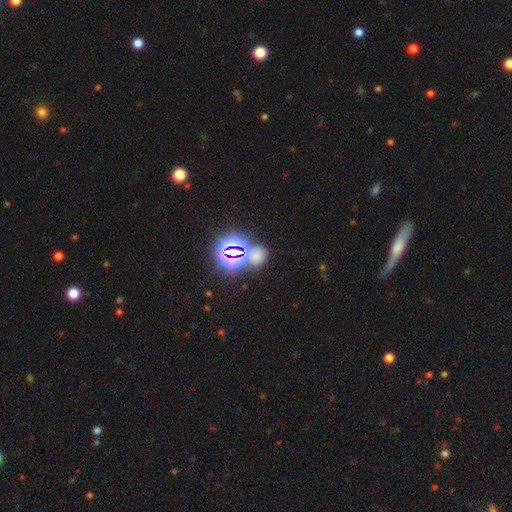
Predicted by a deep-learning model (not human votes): Smooth or featured? star or artifact (53%)